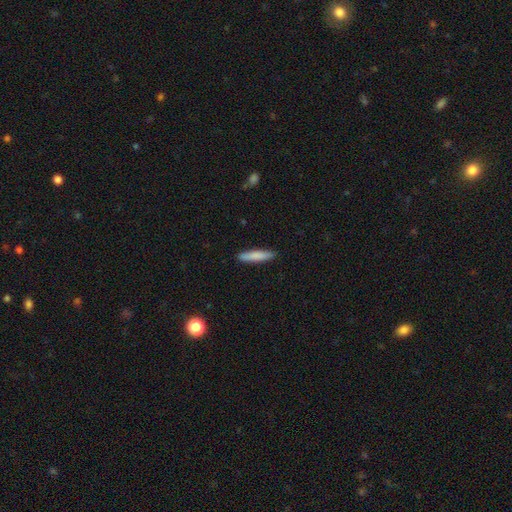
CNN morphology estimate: The model was most divided on "smooth or featured": smooth: 82%, featured or disk: 12%, star or artifact: 6%. More confident: merging — none (90%); how rounded — cigar-shaped (87%).